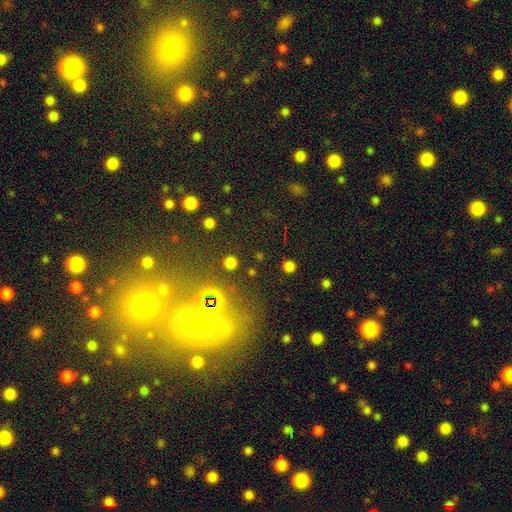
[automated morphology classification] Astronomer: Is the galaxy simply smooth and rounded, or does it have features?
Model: star or artifact — 44% (runner-up: smooth, 35%).